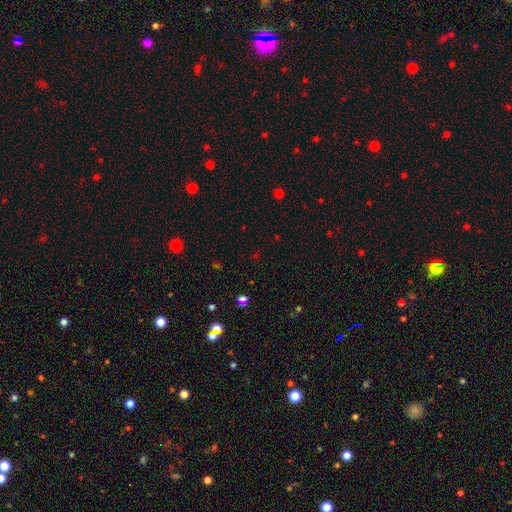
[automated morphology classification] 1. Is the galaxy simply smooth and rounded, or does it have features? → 64% star or artifact, 29% smooth, 8% featured or disk.